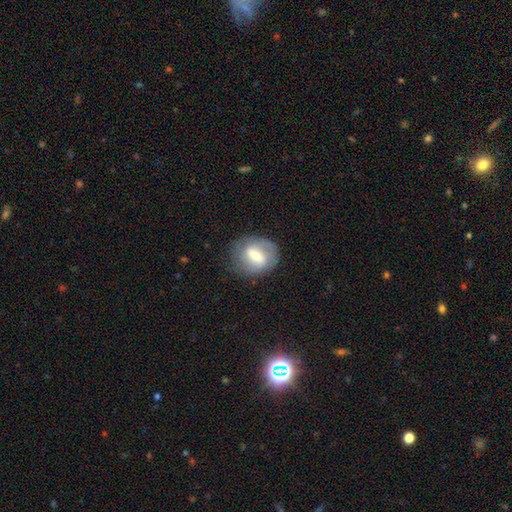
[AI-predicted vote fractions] A smooth galaxy with no disk features (47%).

Vote fractions:
- Smooth or featured? smooth: 47% / featured or disk: 45% / star or artifact: 7%
- Merging? none: 69% / minor disturbance: 20% / major disturbance: 9% / merger: 2%